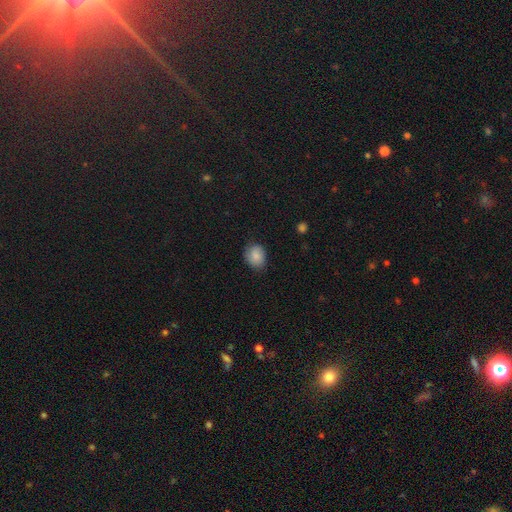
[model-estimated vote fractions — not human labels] A smooth galaxy with no disk features (85%) that is round (52%). Merging: none (77%).